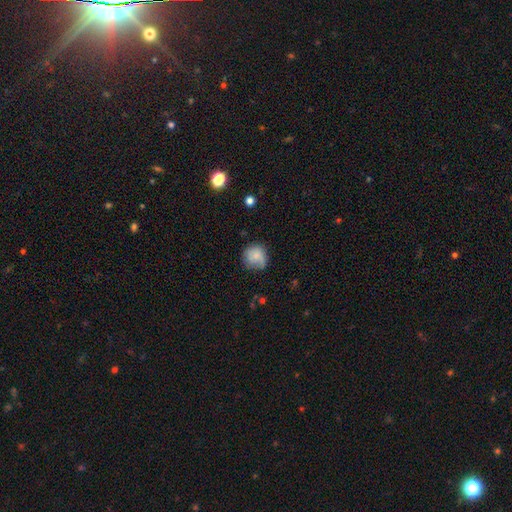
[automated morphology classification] Smooth or featured? smooth (77%)
How rounded? round (87%)
Merging? none (61%)